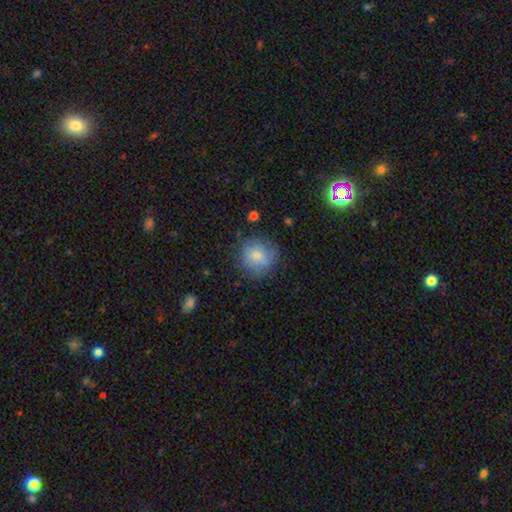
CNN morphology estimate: smooth 71%, featured or disk 17%, star or artifact 11%. Down the decision tree: how rounded — round (86%); merging — none (74%).